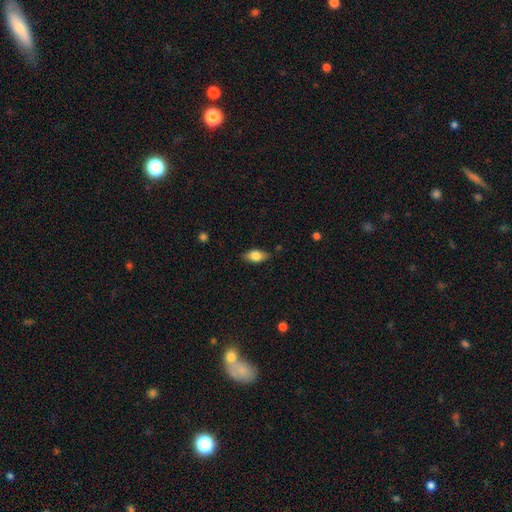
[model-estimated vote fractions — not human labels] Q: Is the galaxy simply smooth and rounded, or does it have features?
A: smooth — 76%.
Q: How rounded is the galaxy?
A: in between — 87%.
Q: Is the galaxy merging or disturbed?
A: none — 83%.